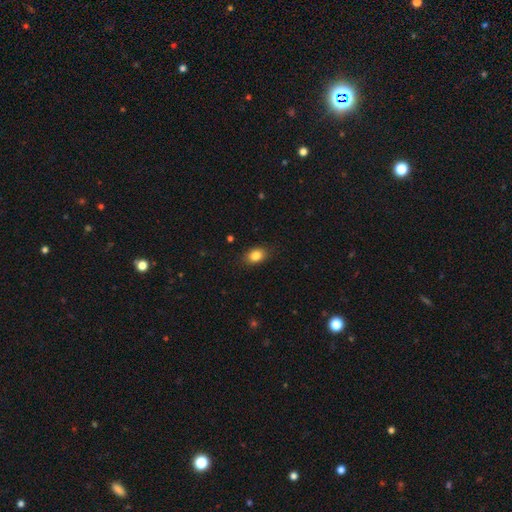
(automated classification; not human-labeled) A smooth galaxy with no disk features (84%) that is in between round and cigar-shaped (77%). Merging: none (86%).